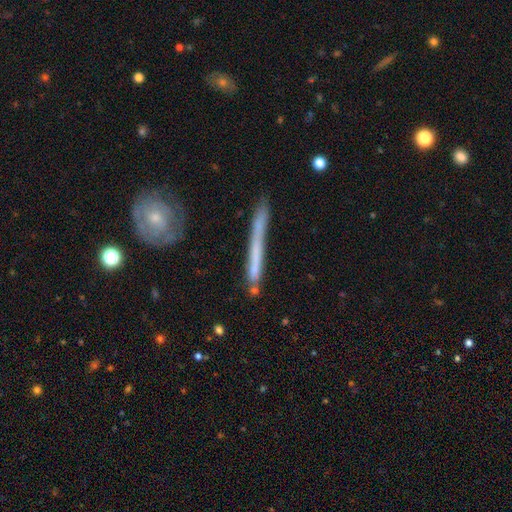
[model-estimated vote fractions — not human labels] Smooth or featured?
  - smooth: 50% *
  - featured or disk: 43%
  - star or artifact: 7%
Merging?
  - none: 71% *
  - minor disturbance: 18%
  - merger: 6%
  - major disturbance: 5%